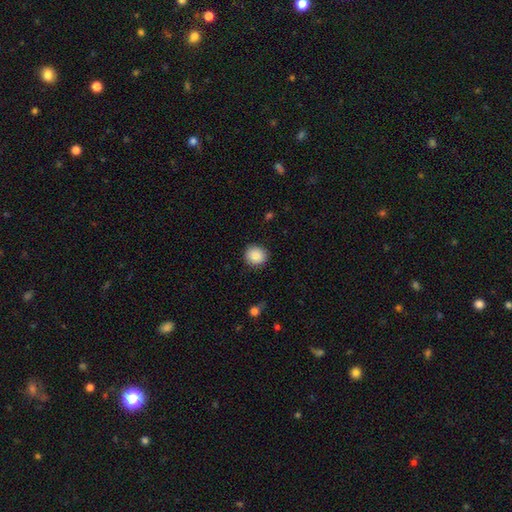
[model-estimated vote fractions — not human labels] This is clearly a smooth galaxy (88%). How rounded: clearly round (86%). Merging: clearly none (88%).